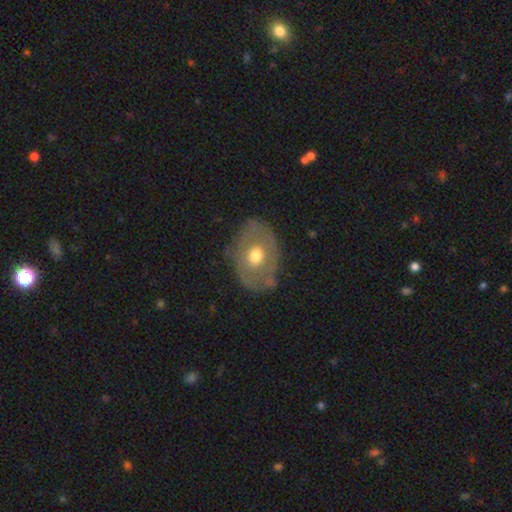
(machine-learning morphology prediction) smooth_or_featured: featured or disk (p=0.53) [alt: smooth p=0.40]
disk_edge_on: no (p=0.93) [alt: yes p=0.07]
merging: none (p=0.67) [alt: minor disturbance p=0.22]